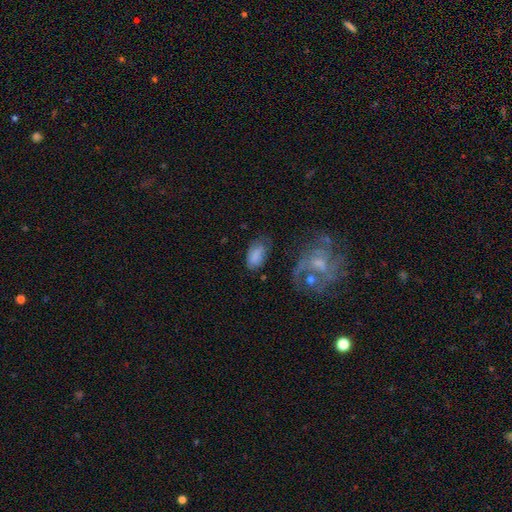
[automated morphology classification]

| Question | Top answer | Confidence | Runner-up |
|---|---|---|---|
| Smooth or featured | smooth | 76% | featured or disk (16%) |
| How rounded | in between | 93% | round (4%) |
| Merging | none | 55% | minor disturbance (28%) |